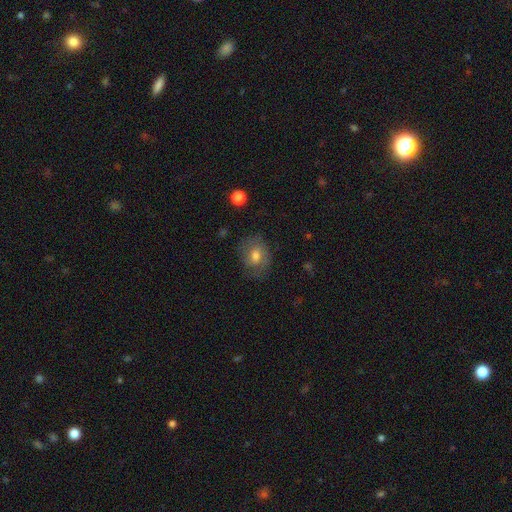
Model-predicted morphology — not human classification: Smooth or featured? smooth (54%)
How rounded? round (56%)
Merging? none (65%)